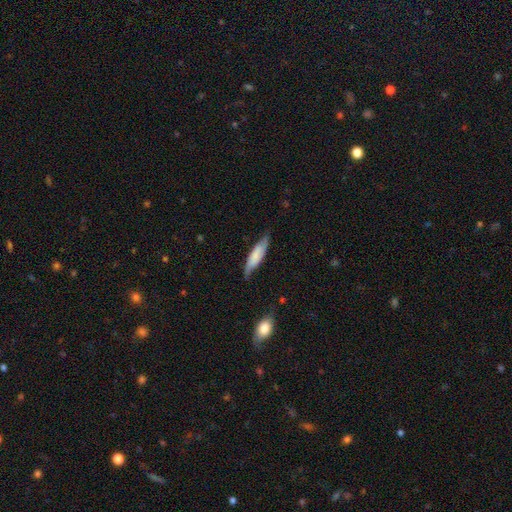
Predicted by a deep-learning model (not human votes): This appears to be a smooth galaxy with no disk features (61%) that is cigar-shaped (68%). Merging: none (70%).